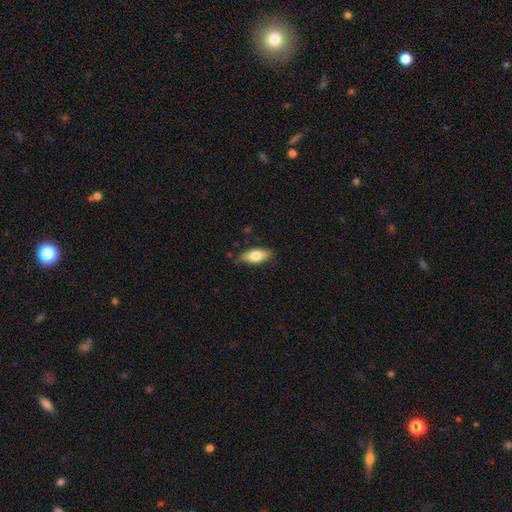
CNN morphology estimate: Smooth or featured: smooth — 67% (featured or disk — 26%)
How rounded: in between — 76% (cigar-shaped — 20%)
Merging: none — 79% (minor disturbance — 16%)